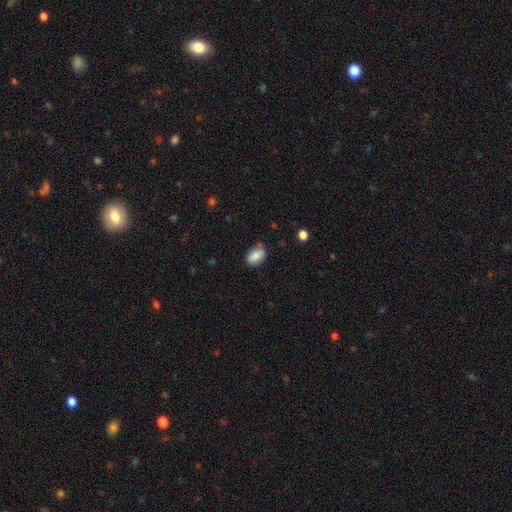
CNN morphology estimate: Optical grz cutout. It shows a smooth galaxy with no disk features (81%) that is in between round and cigar-shaped (82%). Merging: none (71%).